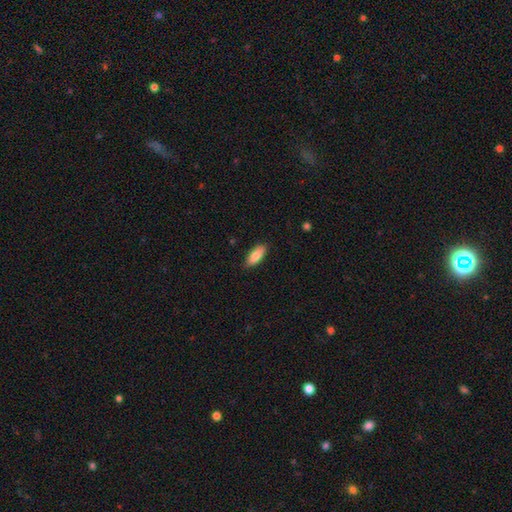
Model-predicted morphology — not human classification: This appears to be a smooth galaxy with no disk features (85%) that is in between round and cigar-shaped (78%). Merging: none (85%).